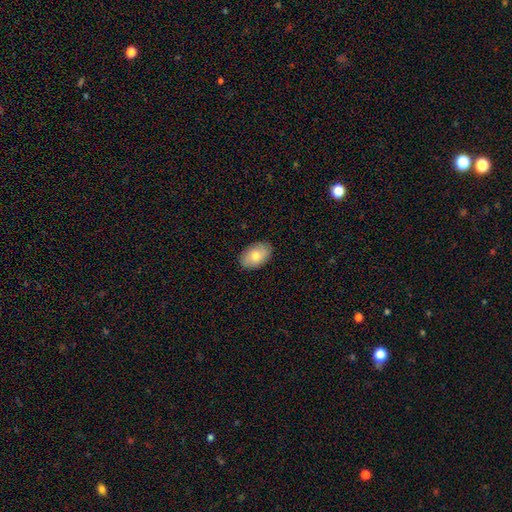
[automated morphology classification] smooth 79%, featured or disk 15%, star or artifact 6%. Down the decision tree: how rounded — in between (90%); merging — none (88%).